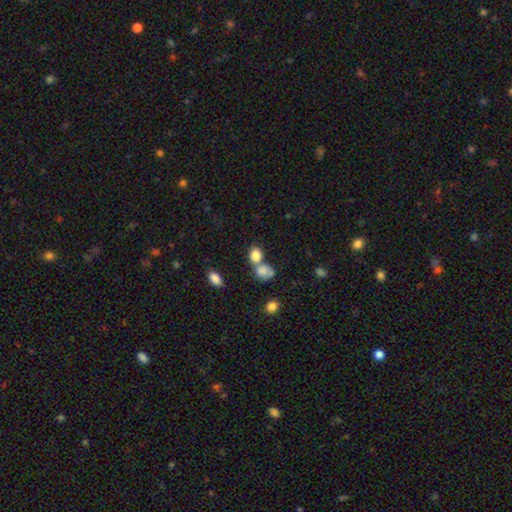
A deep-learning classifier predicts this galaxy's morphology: Q: Smooth or featured?
A: smooth (82%); runner-up: star or artifact (10%)
Q: How rounded?
A: round (49%); tied with: in between (49%)
Q: Merging?
A: merger (47%); runner-up: none (38%)